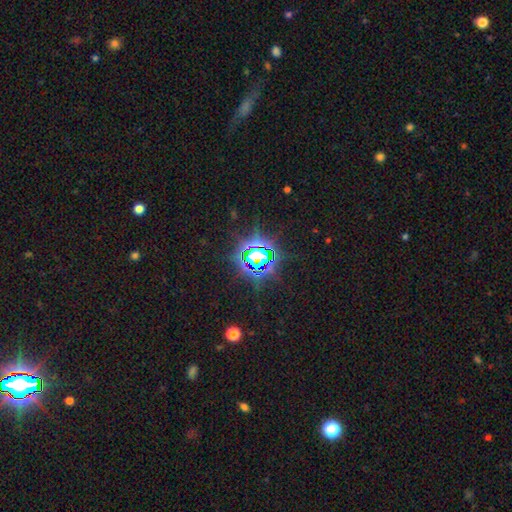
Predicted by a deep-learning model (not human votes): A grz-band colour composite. It shows a star or artifact, not a galaxy (80%).